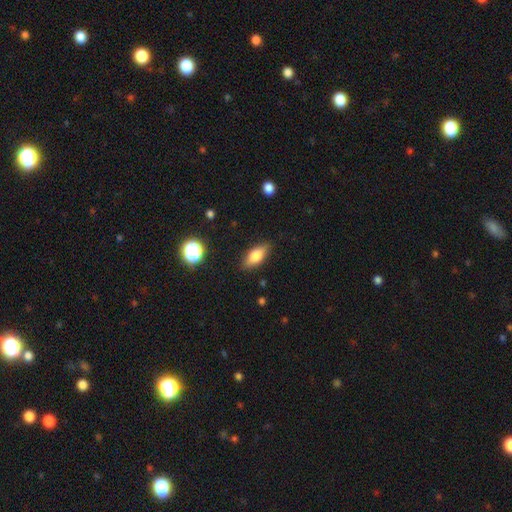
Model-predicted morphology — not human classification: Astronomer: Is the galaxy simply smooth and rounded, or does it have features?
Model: smooth — 78%.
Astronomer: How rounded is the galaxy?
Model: in between — 82%.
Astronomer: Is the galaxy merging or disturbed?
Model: none — 85%.